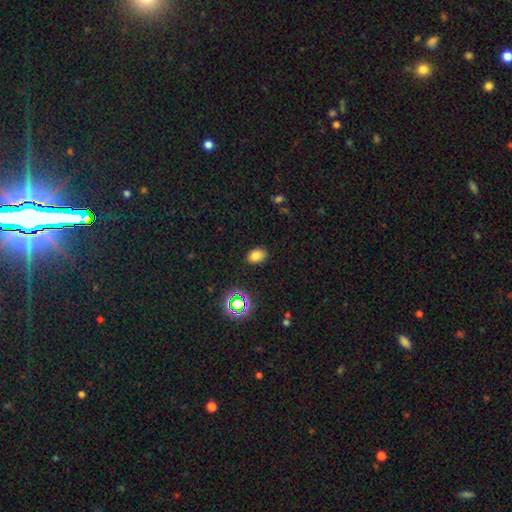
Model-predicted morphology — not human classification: A smooth galaxy with no disk features (76%) that is in between round and cigar-shaped (78%). Merging: none (85%).